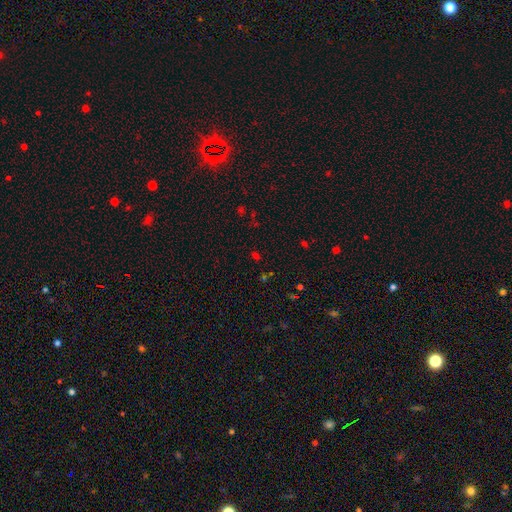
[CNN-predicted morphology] Smooth or featured?
  - star or artifact: 49% *
  - smooth: 44%
  - featured or disk: 7%